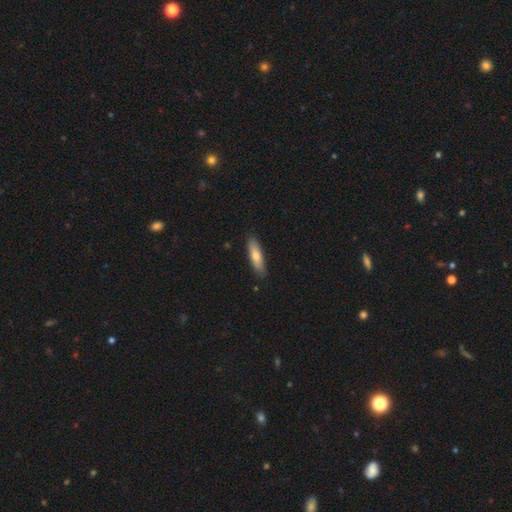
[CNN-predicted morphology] Smooth or featured: smooth — 70% (featured or disk — 25%)
How rounded: cigar-shaped — 71% (in between — 28%)
Merging: none — 87% (minor disturbance — 10%)